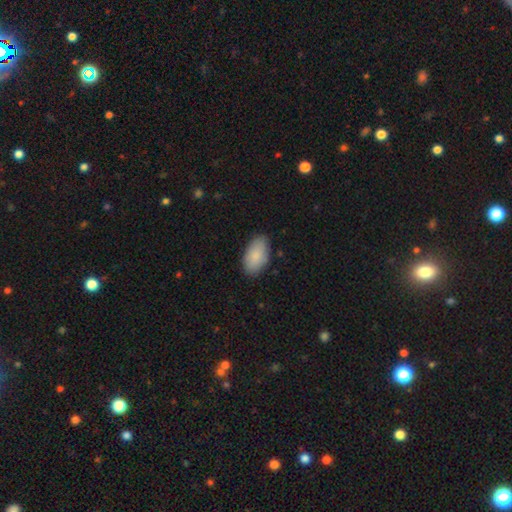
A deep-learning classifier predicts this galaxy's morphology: type=smooth (87%); roundness=in between (95%); merging=none (84%).